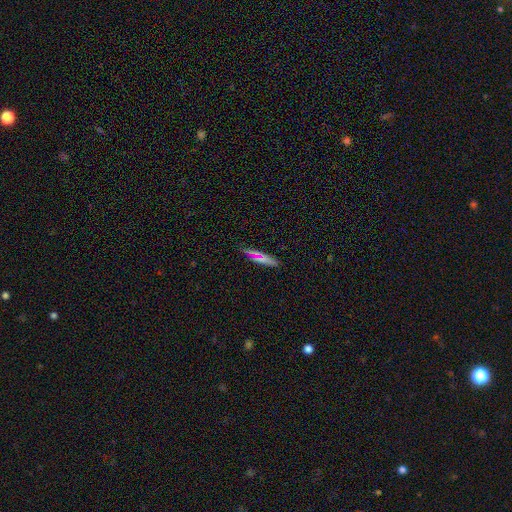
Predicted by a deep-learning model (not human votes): smooth 66%, featured or disk 20%, star or artifact 14%. Down the decision tree: how rounded — cigar-shaped (82%); merging — none (86%).